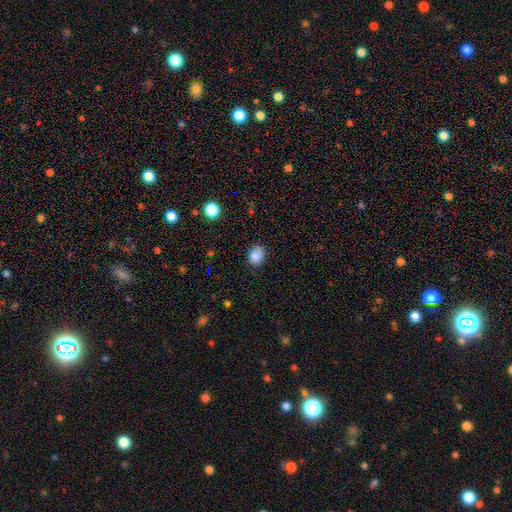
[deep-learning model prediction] A smooth galaxy with no disk features (85%) that is in between round and cigar-shaped (62%). Merging: none (81%).